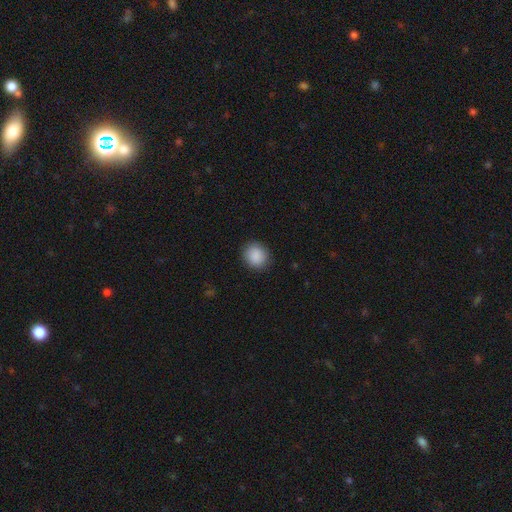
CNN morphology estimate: This appears to be a smooth galaxy with no disk features (89%) that is round (78%). Merging: none (88%).